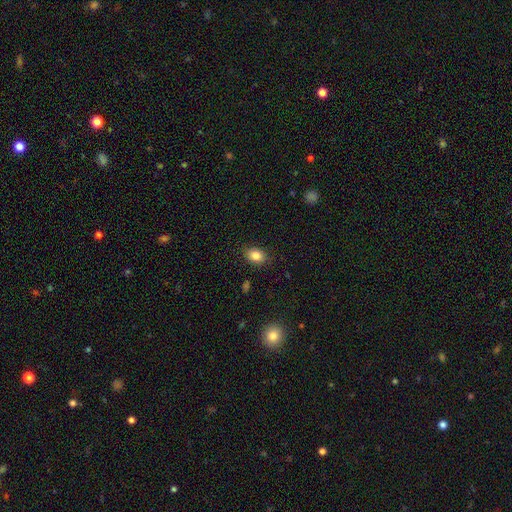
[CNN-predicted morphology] smooth_or_featured: smooth (p=0.84) [alt: star or artifact p=0.09]
how_rounded: in between (p=0.73) [alt: round p=0.26]
merging: none (p=0.86) [alt: minor disturbance p=0.10]